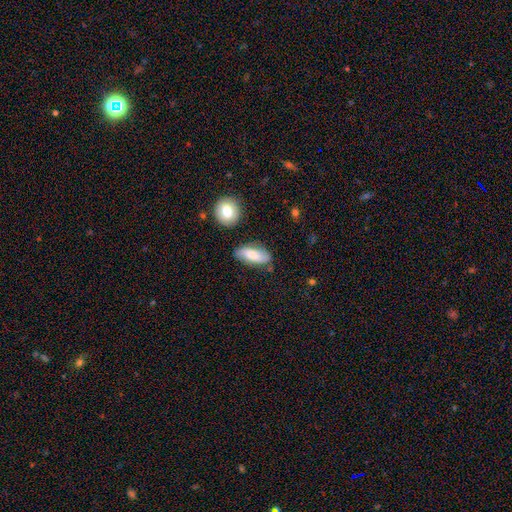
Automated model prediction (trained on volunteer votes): smooth 71%, featured or disk 22%, star or artifact 7%. Down the decision tree: how rounded — in between (78%); merging — none (73%).